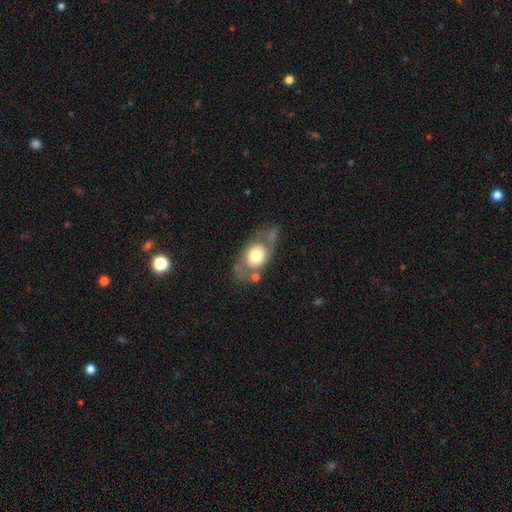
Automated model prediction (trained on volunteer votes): This is possibly a smooth galaxy (49%). Merging: possibly none (58%).